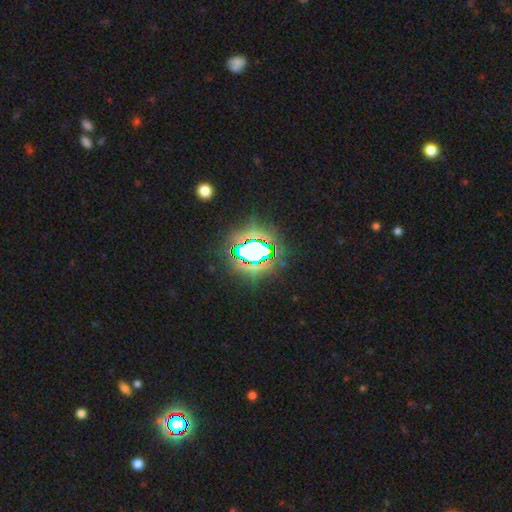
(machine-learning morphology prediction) This is likely a star or artifact rather than a galaxy (68%).